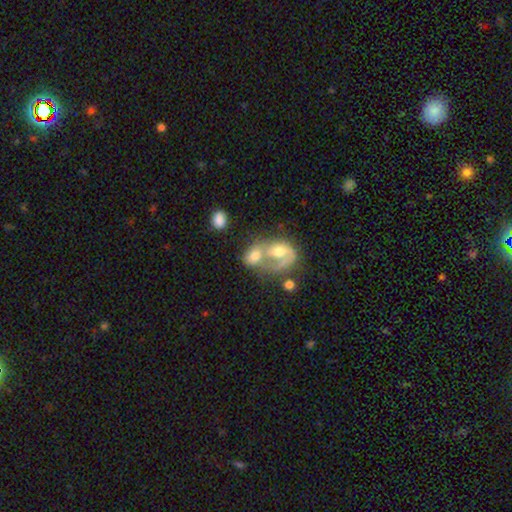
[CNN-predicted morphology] featured or disk 54%, smooth 38%, star or artifact 8%. Down the decision tree: edge-on disk — no (96%); bar — no (69%); spiral arms — yes (63%); bulge size — moderate (62%); merging — merger (76%).